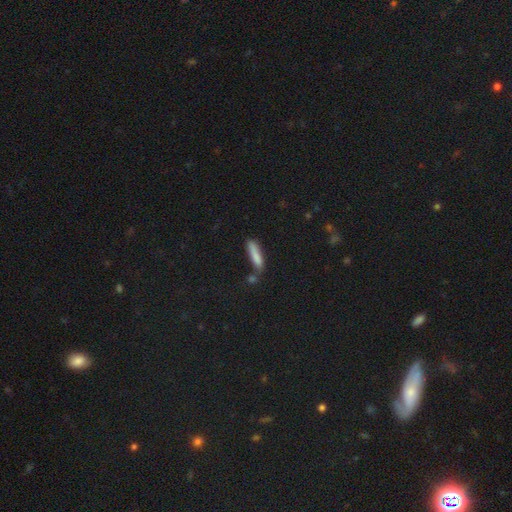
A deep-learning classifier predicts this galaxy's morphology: Smooth or featured? smooth (82%)
How rounded? cigar-shaped (82%)
Merging? none (66%)